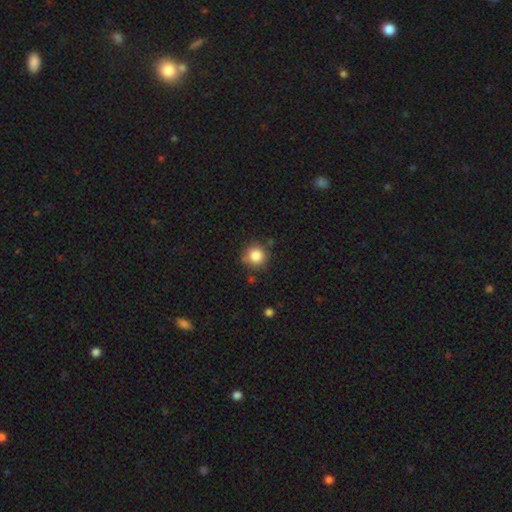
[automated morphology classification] type=smooth (85%); roundness=round (92%); merging=none (81%).